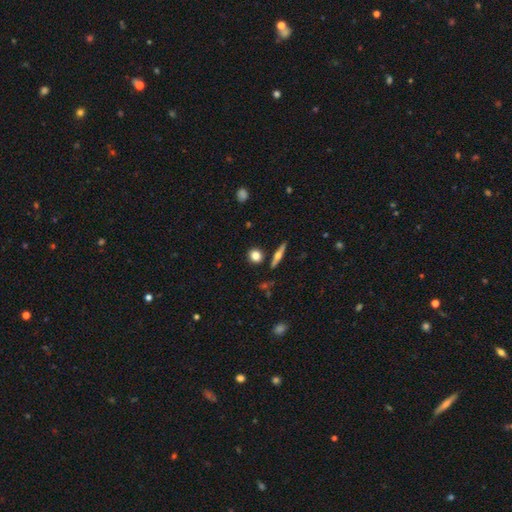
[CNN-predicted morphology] The model was most divided on "how rounded": round: 77%, in between: 19%, cigar-shaped: 4%. More confident: merging — none (83%); smooth or featured — smooth (76%).